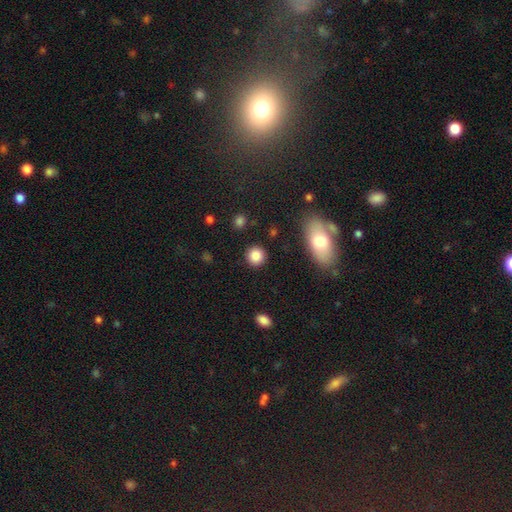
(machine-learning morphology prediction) type=smooth (86%); roundness=round (90%); merging=none (89%).